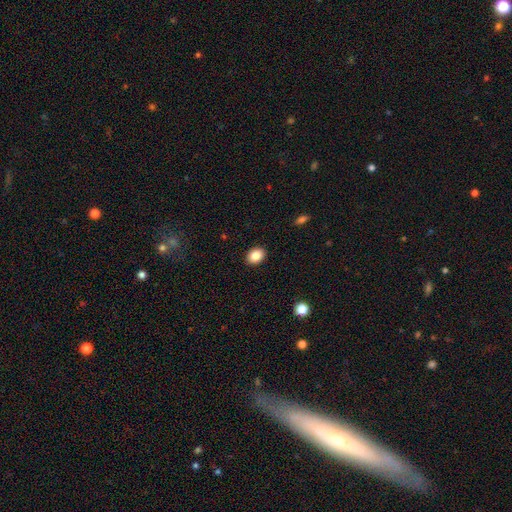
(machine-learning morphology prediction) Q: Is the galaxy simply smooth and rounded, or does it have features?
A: smooth — 86%.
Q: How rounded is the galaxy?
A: in between — 64%.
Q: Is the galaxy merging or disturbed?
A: none — 90%.